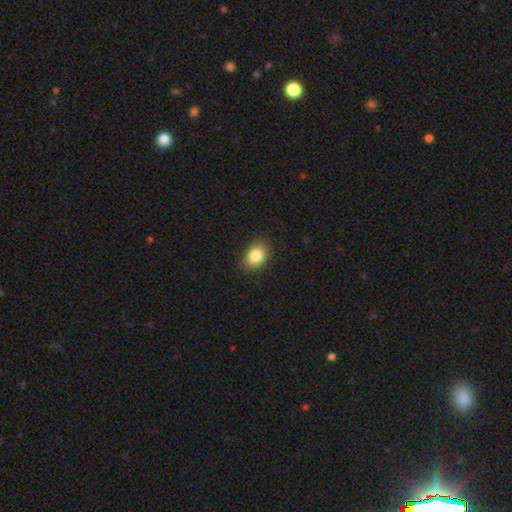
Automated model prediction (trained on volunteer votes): Morphology: type=smooth (84%); roundness=in between (63%); merging=none (85%).